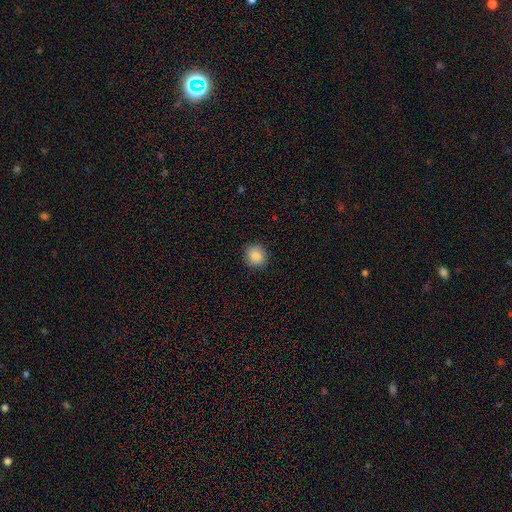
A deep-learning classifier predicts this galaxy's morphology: The model was most divided on "how rounded": round: 83%, in between: 16%, cigar-shaped: 1%. More confident: smooth or featured — smooth (87%); merging — none (87%).